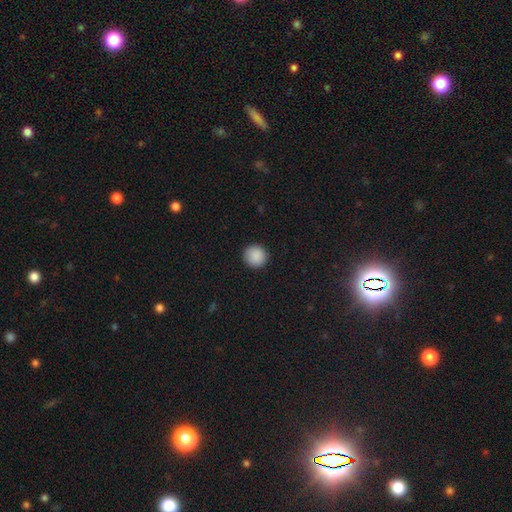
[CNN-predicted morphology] smooth 90%, star or artifact 8%, featured or disk 2%. Down the decision tree: how rounded — round (95%); merging — none (92%).